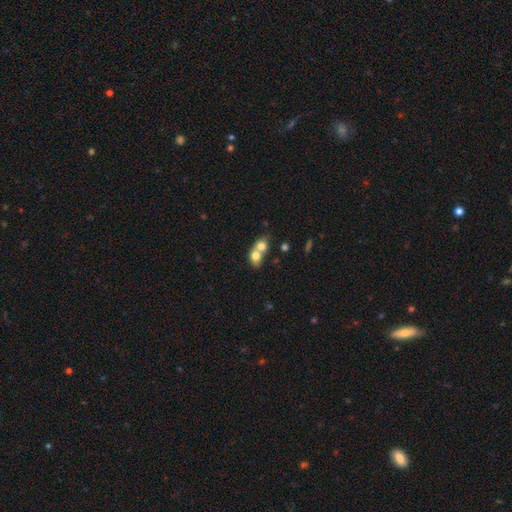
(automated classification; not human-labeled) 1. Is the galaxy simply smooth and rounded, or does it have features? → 71% smooth, 20% featured or disk, 9% star or artifact.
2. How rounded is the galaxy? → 55% round, 44% in between, 2% cigar-shaped.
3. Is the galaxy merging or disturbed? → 74% merger, 18% none, 5% minor disturbance, 3% major disturbance.